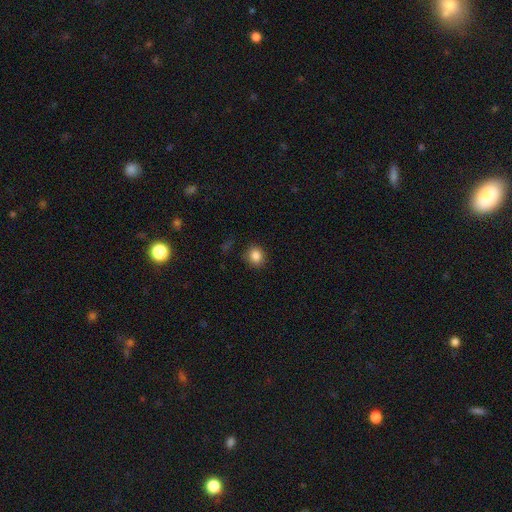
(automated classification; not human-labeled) This is clearly a smooth galaxy (86%). How rounded: likely round (75%). Merging: clearly none (85%).